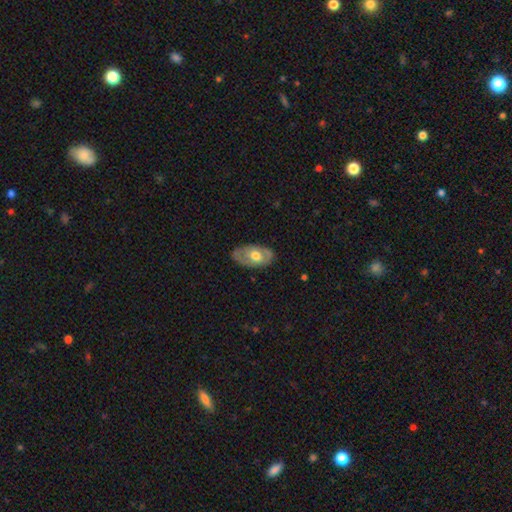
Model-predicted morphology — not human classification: Smooth or featured: smooth — 49% (featured or disk — 45%)
Merging: none — 72% (minor disturbance — 22%)